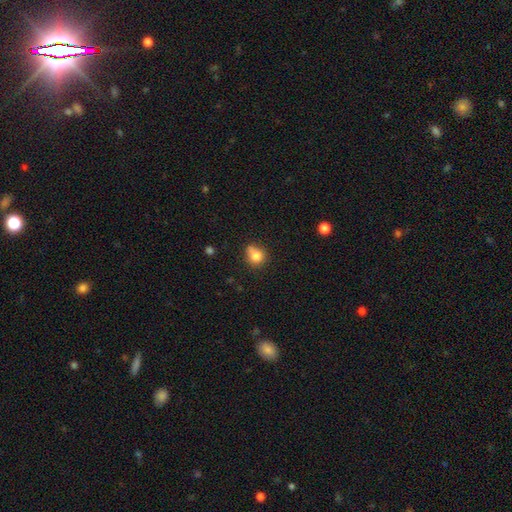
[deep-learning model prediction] A smooth galaxy with no disk features (78%) that is round (80%). Merging: none (54%).